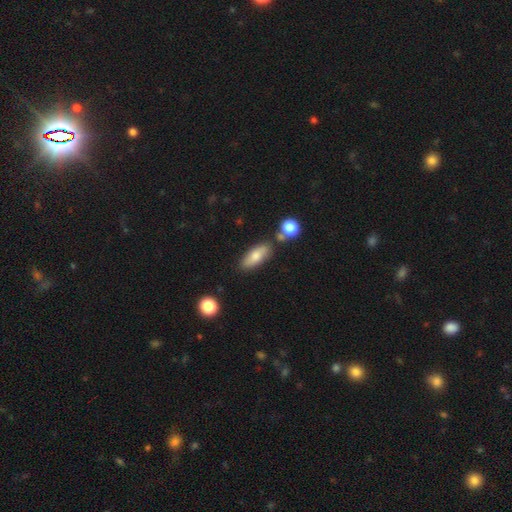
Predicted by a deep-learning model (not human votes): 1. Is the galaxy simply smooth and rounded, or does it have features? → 73% smooth, 19% featured or disk, 8% star or artifact.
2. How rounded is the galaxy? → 69% in between, 28% cigar-shaped, 3% round.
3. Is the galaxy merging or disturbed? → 74% none, 13% minor disturbance, 9% merger, 3% major disturbance.